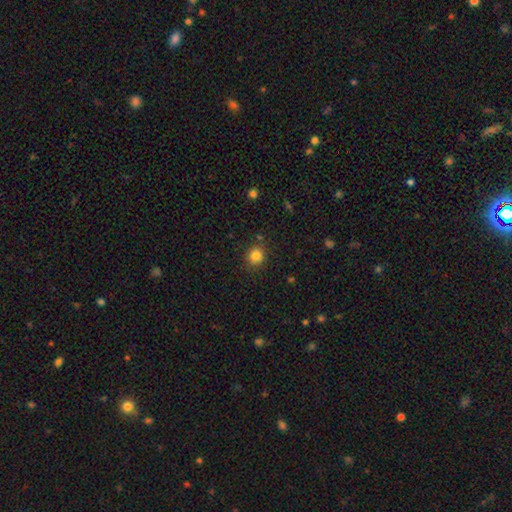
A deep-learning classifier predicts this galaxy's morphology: The model was most divided on "how rounded": round: 85%, in between: 14%, cigar-shaped: 1%. More confident: merging — none (85%); smooth or featured — smooth (84%).